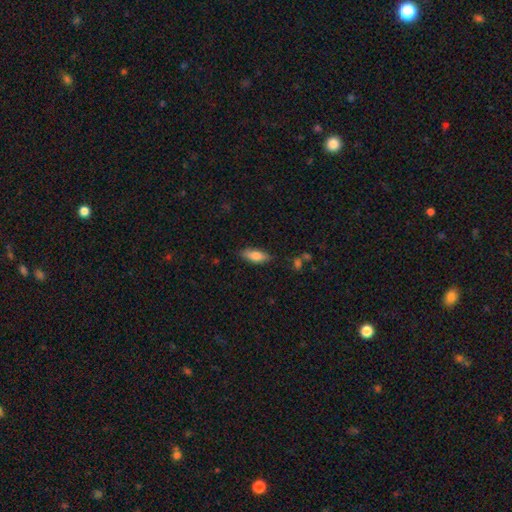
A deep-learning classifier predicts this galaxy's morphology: smooth-or-featured: smooth: 80% | featured or disk: 13% | star or artifact: 7%
  how-rounded: in between: 73% | cigar-shaped: 25% | round: 2%
  merging: none: 80% | minor disturbance: 15% | major disturbance: 3% | merger: 2%